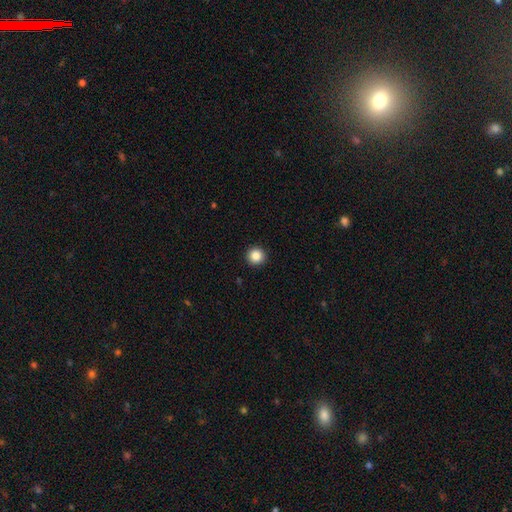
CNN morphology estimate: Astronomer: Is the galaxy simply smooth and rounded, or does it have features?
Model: smooth — 86%.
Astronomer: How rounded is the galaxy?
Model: round — 95%.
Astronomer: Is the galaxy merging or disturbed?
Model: none — 93%.